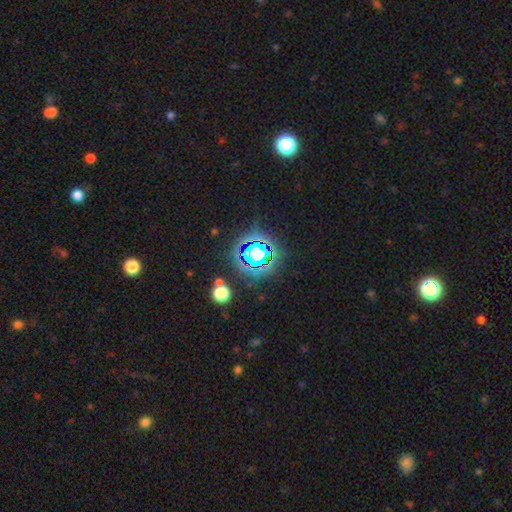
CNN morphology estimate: Overall: star or artifact (70%).